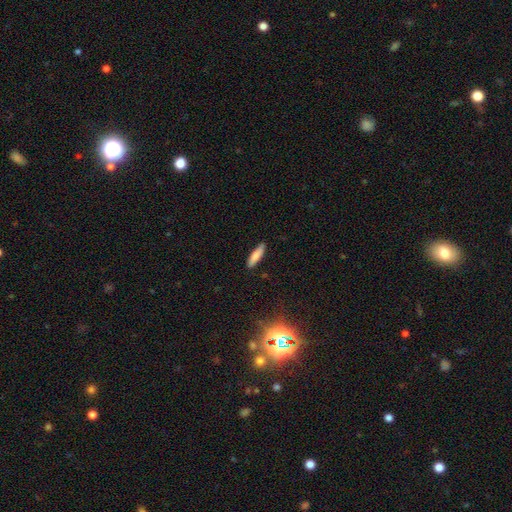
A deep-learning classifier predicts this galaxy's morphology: type=smooth (79%); roundness=cigar-shaped (67%); merging=none (88%).